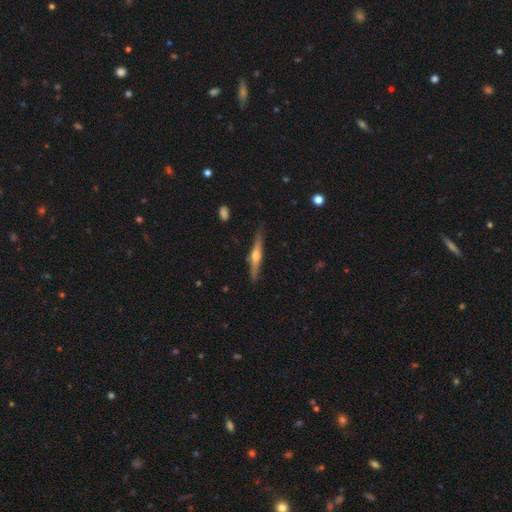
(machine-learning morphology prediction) A featured or disk galaxy (70%) viewed edge-on (98%) with a rounded central bulge (91%). Merging: none (87%).